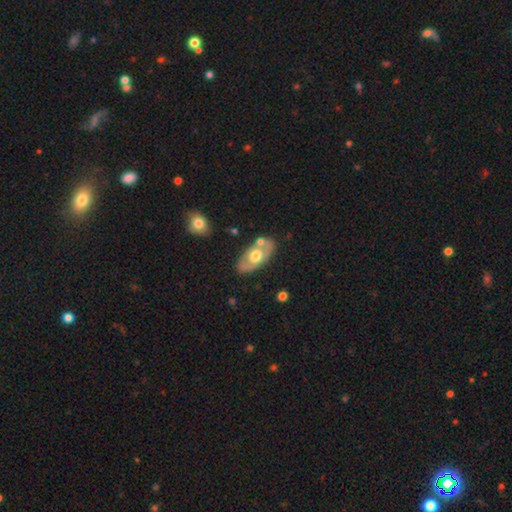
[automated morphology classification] smooth_or_featured: featured or disk (p=0.54) [alt: smooth p=0.41]
disk_edge_on: no (p=0.84) [alt: yes p=0.16]
merging: none (p=0.74) [alt: minor disturbance p=0.14]